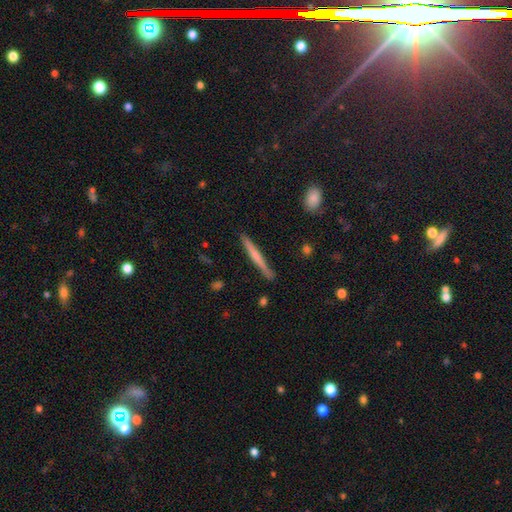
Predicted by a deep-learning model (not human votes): Morphology: type=smooth (48%); merging=none (89%).